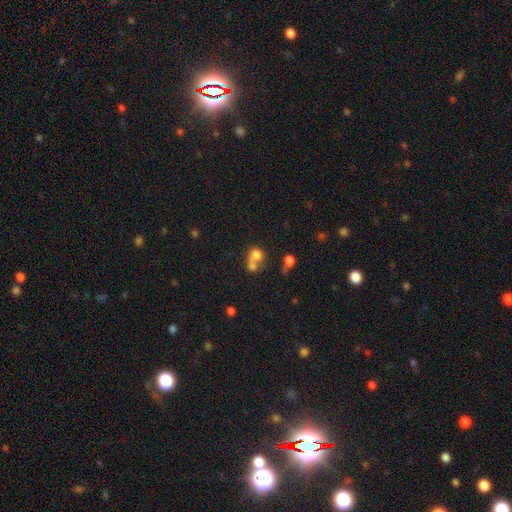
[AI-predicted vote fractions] This is likely a smooth galaxy (68%). How rounded: likely round (66%). Merging: likely merger (62%).